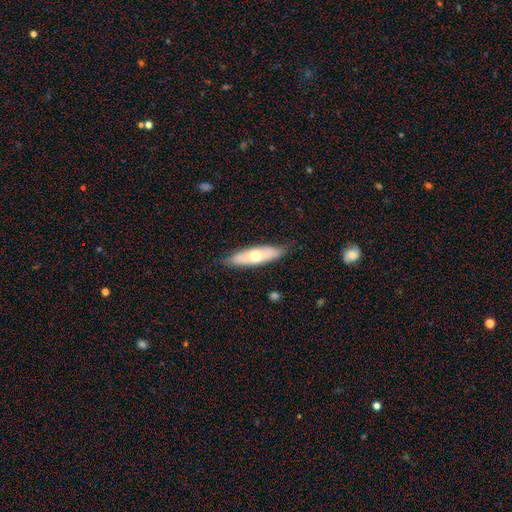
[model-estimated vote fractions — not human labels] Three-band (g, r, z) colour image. It shows a smooth galaxy with no disk features (51%) that is in between round and cigar-shaped (49%, tied with cigar-shaped). Merging: none (81%).